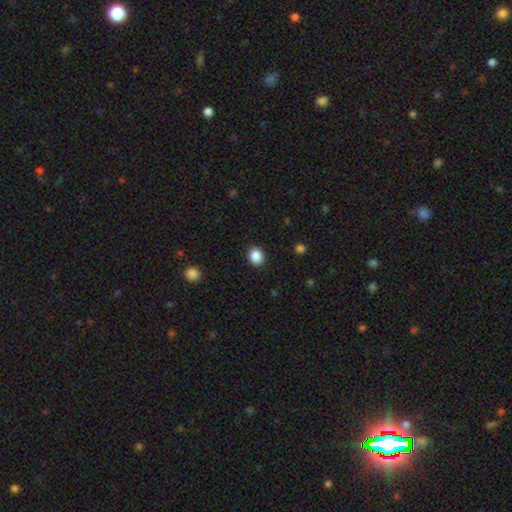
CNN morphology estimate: This appears to be a smooth galaxy with no disk features (87%) that is round (72%). Merging: none (90%).